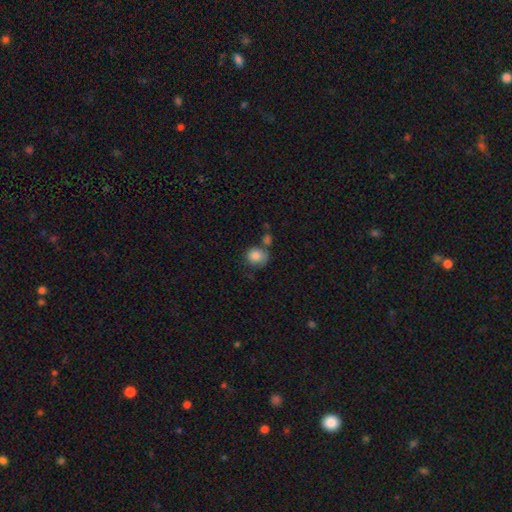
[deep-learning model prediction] Overall: smooth (84%). How rounded: round (79%). Merging: none (50%; merger 23%).